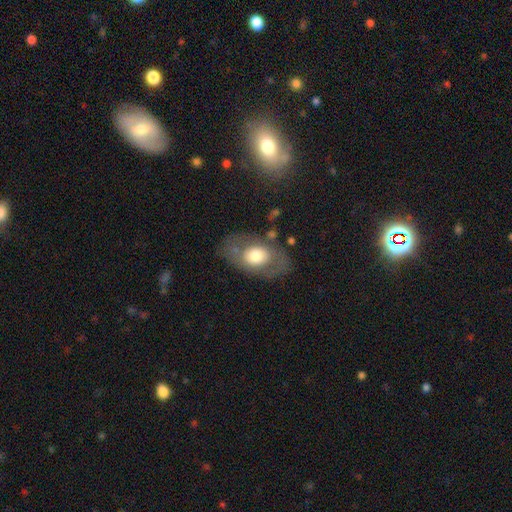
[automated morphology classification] Smooth or featured?
  - smooth: 54% *
  - featured or disk: 39%
  - star or artifact: 7%
How rounded?
  - in between: 83% *
  - round: 15%
  - cigar-shaped: 2%
Merging?
  - none: 71% *
  - minor disturbance: 16%
  - major disturbance: 10%
  - merger: 3%